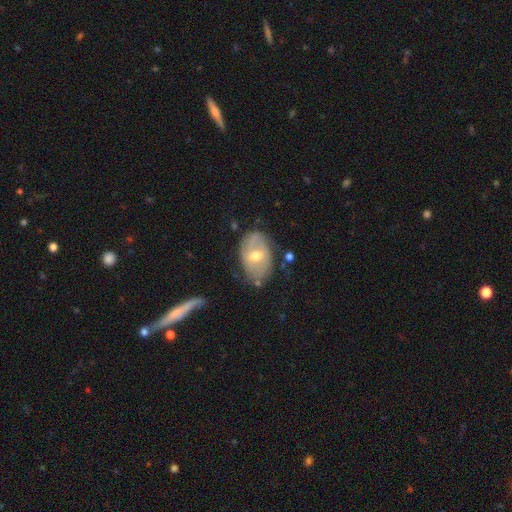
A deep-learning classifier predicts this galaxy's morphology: A featured or disk galaxy (55%) with no bar (48%), spiral arms (54%) and a moderate central bulge (74%). Merging: none (67%).